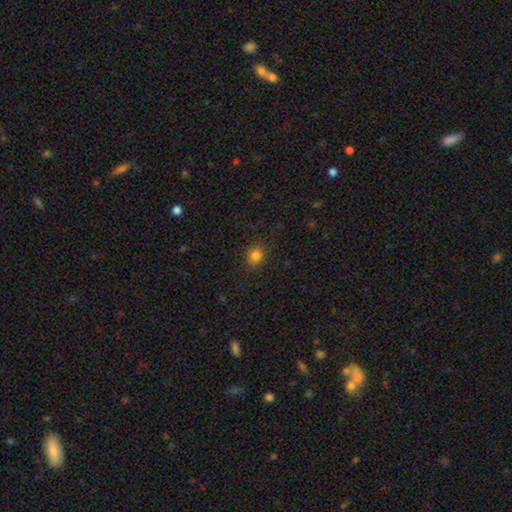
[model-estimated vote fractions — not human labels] This is clearly a smooth galaxy (83%). How rounded: likely round (72%). Merging: clearly none (88%).